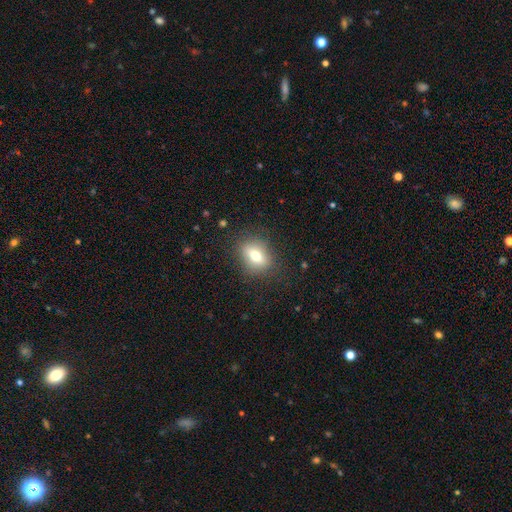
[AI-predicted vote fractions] Morphology: type=smooth (69%); roundness=in between (59%); merging=none (83%).